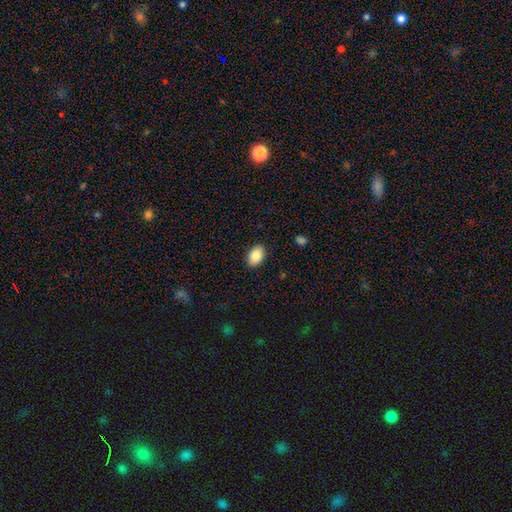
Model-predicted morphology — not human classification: Q: Smooth or featured?
A: smooth (85%); runner-up: featured or disk (8%)
Q: How rounded?
A: in between (88%); runner-up: round (11%)
Q: Merging?
A: none (89%); runner-up: minor disturbance (8%)